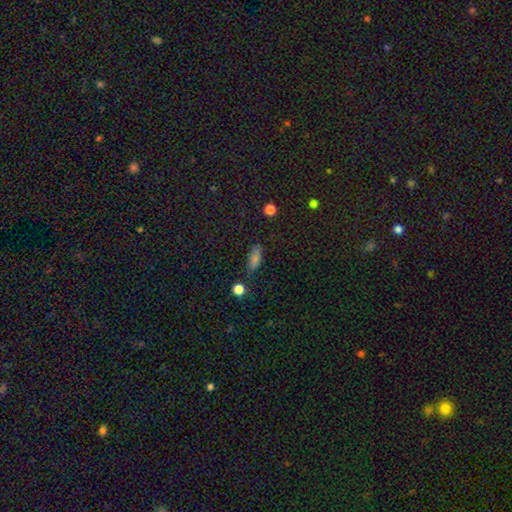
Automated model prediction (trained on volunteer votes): Overall: smooth (66%). How rounded: in between (67%; cigar-shaped 27%). Merging: none (77%).